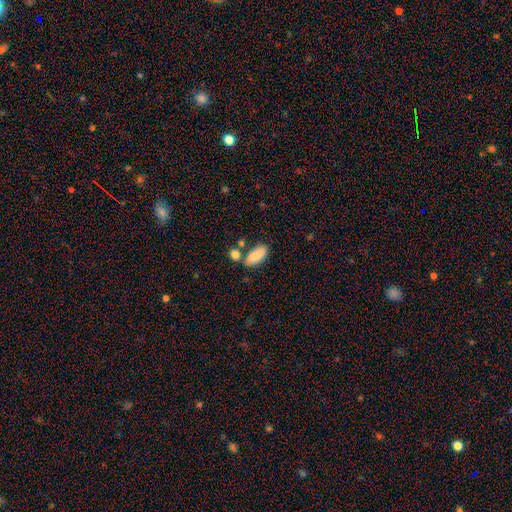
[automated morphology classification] The model was most divided on "merging": none: 63%, merger: 17%, minor disturbance: 15%, major disturbance: 4%. More confident: how rounded — in between (90%); smooth or featured — smooth (86%).